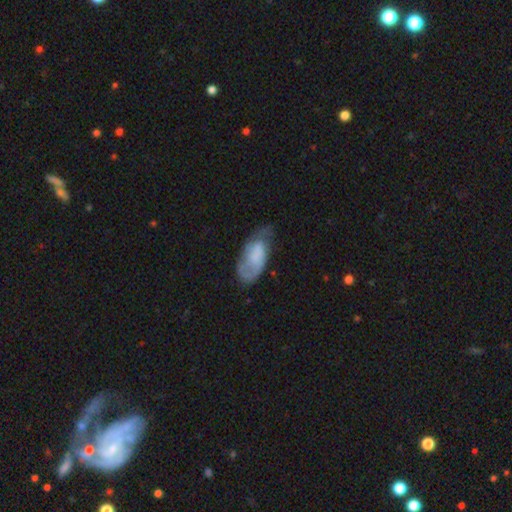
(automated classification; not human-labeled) Smooth or featured: smooth — 55% (featured or disk — 38%)
How rounded: in between — 91% (cigar-shaped — 7%)
Merging: none — 41% (minor disturbance — 35%)